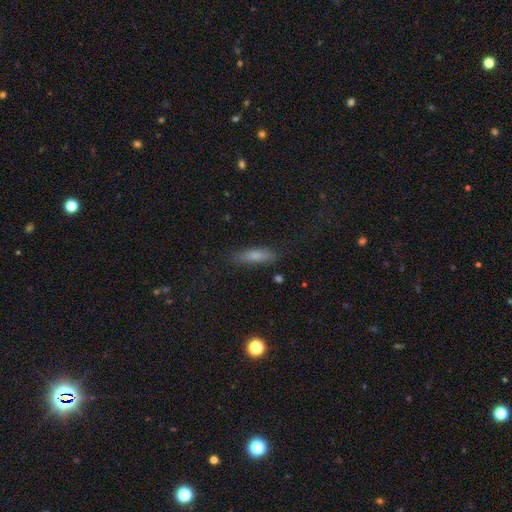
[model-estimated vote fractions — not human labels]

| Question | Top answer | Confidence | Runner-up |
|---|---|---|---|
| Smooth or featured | smooth | 75% | featured or disk (16%) |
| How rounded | cigar-shaped | 61% | in between (37%) |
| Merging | none | 78% | minor disturbance (16%) |